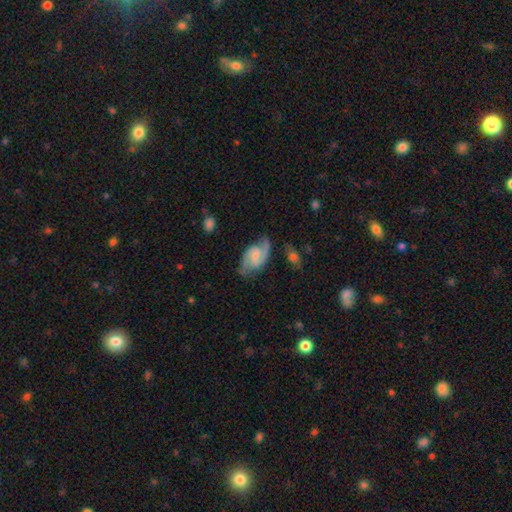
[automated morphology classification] Overall: featured or disk (87%). Edge-on disk: no (97%). Bar: weak (51%; no 36%). Spiral arms: yes (97%). Spiral arm count: 2 (92%). Spiral winding: medium (57%; tight 25%). Bulge size: small (37%; none 35%). Merging: none (75%).